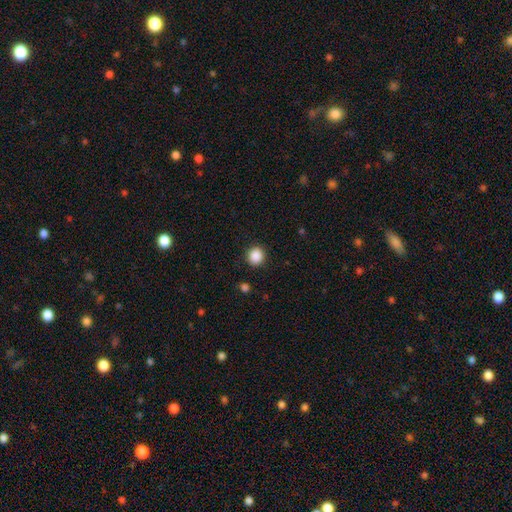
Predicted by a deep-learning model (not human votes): A smooth galaxy with no disk features (88%) that is round (92%). Merging: none (90%).